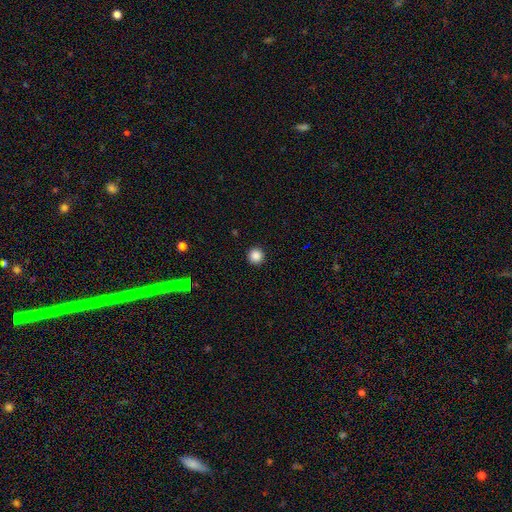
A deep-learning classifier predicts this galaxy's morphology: Smooth or featured?
  - smooth: 87% *
  - star or artifact: 10%
  - featured or disk: 3%
How rounded?
  - round: 97% *
  - in between: 2%
  - cigar-shaped: 1%
Merging?
  - none: 93% *
  - minor disturbance: 4%
  - major disturbance: 2%
  - merger: 1%